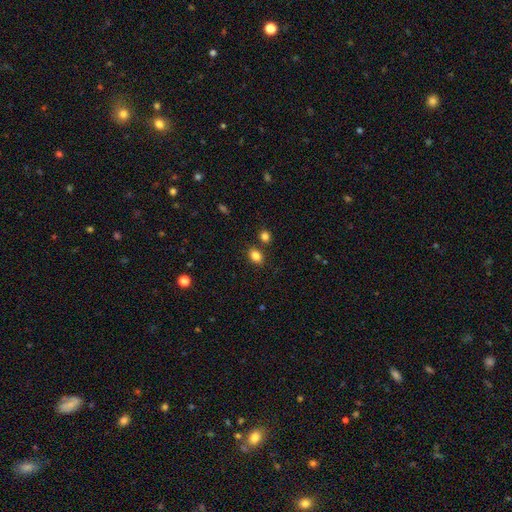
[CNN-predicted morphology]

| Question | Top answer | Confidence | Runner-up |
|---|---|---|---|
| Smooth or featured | smooth | 84% | star or artifact (11%) |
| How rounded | in between | 71% | round (28%) |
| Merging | none | 80% | minor disturbance (10%) |